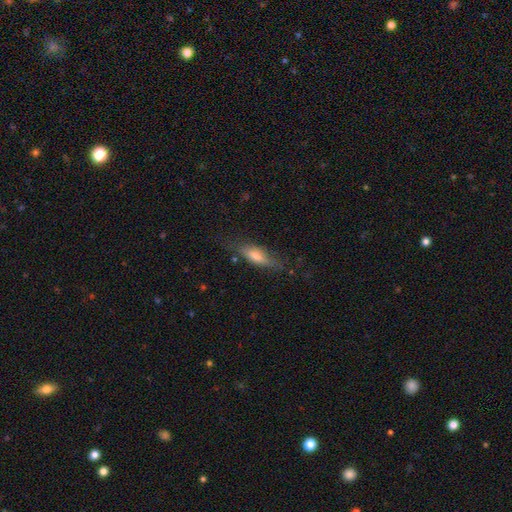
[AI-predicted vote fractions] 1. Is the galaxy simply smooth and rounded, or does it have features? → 57% smooth, 35% featured or disk, 8% star or artifact.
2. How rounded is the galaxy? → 58% cigar-shaped, 40% in between, 2% round.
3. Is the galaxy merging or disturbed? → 69% none, 21% minor disturbance, 8% major disturbance, 2% merger.